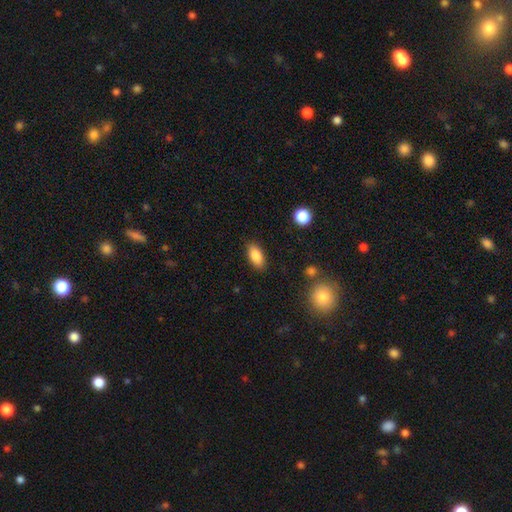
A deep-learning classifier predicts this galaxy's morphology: type=smooth (86%); roundness=in between (89%); merging=none (87%).